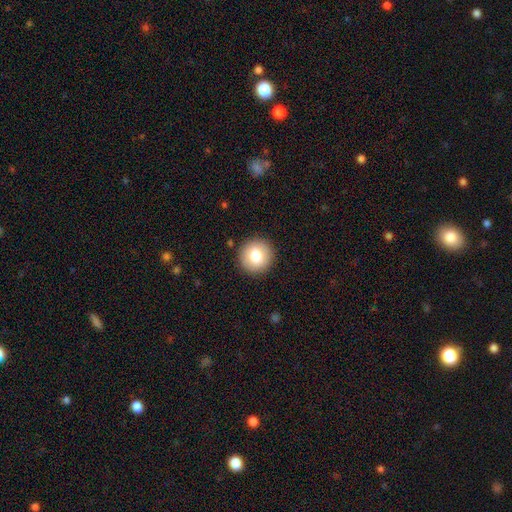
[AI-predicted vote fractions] smooth_or_featured: smooth (p=0.79) [alt: featured or disk p=0.13]
how_rounded: round (p=0.94) [alt: in between p=0.05]
merging: none (p=0.91) [alt: minor disturbance p=0.06]